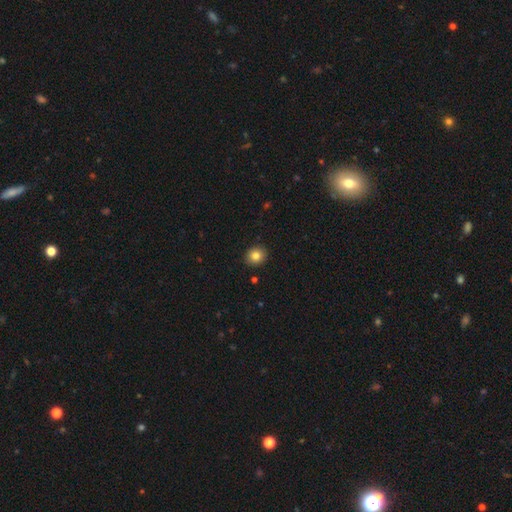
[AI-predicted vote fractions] smooth 83%, star or artifact 10%, featured or disk 7%. Down the decision tree: how rounded — round (75%); merging — none (91%).